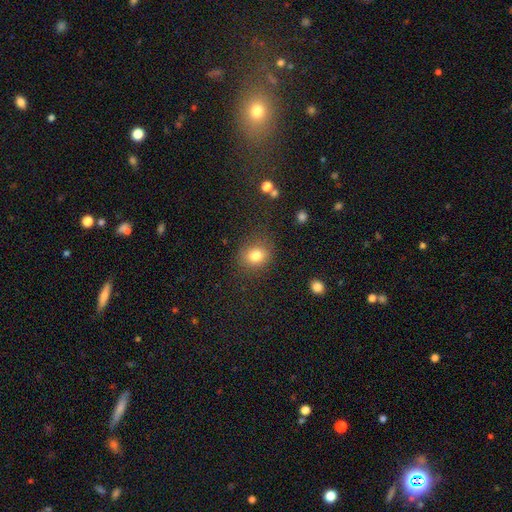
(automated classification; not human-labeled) smooth_or_featured: smooth (p=0.81) [alt: star or artifact p=0.12]
how_rounded: round (p=0.71) [alt: in between p=0.28]
merging: none (p=0.80) [alt: minor disturbance p=0.13]